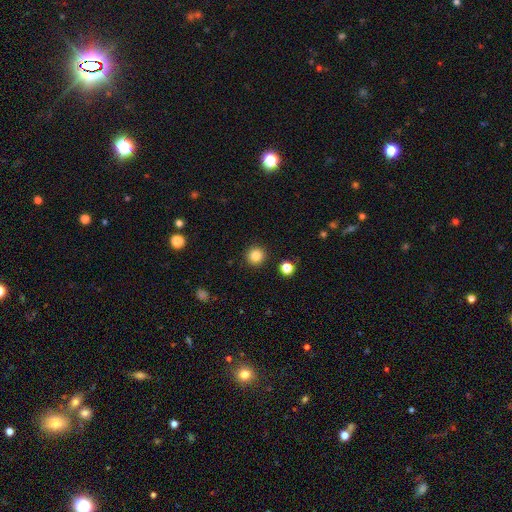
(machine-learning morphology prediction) smooth 85%, star or artifact 11%, featured or disk 4%. Down the decision tree: how rounded — round (95%); merging — none (92%).